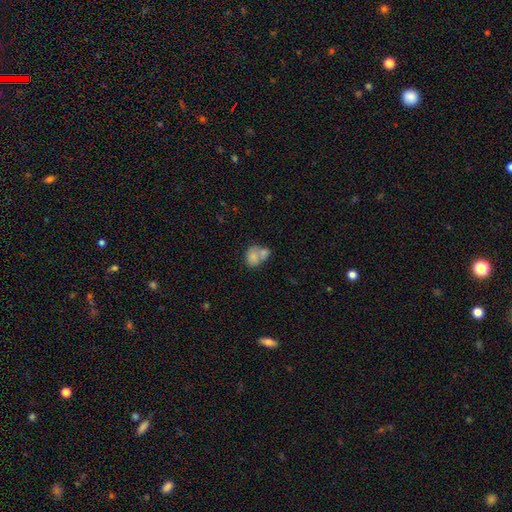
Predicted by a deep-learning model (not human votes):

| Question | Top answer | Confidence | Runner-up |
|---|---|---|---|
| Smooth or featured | smooth | 77% | featured or disk (15%) |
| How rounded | in between | 53% | round (46%) |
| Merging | merger | 62% | none (24%) |